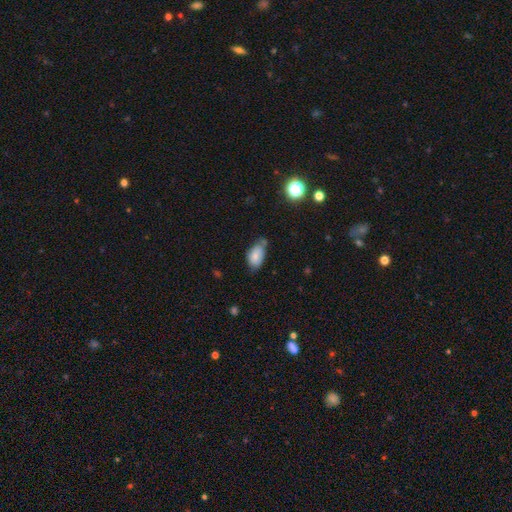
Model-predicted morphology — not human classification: This is likely a smooth galaxy (76%). How rounded: clearly in between (92%). Merging: possibly none (46%).